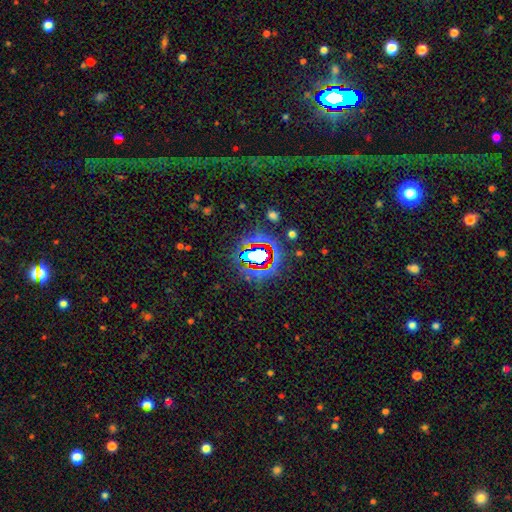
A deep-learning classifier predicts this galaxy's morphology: type=star or artifact (66%).